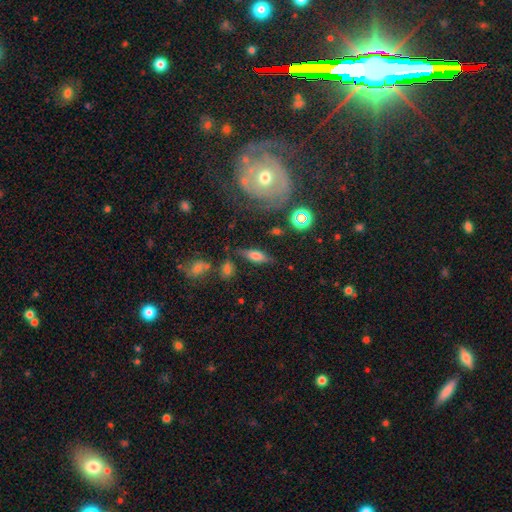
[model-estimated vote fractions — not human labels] This is possibly a smooth galaxy (54%). How rounded: likely in between (63%). Merging: likely none (72%).